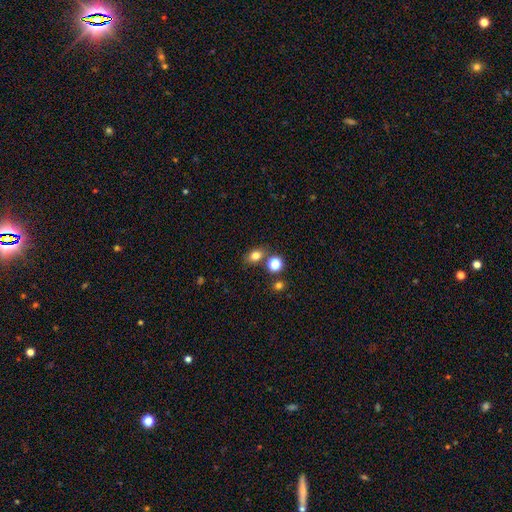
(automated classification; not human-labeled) Smooth or featured?
  - smooth: 79% *
  - star or artifact: 14%
  - featured or disk: 7%
How rounded?
  - in between: 60% *
  - round: 39%
  - cigar-shaped: 1%
Merging?
  - none: 72% *
  - merger: 12%
  - minor disturbance: 12%
  - major disturbance: 4%